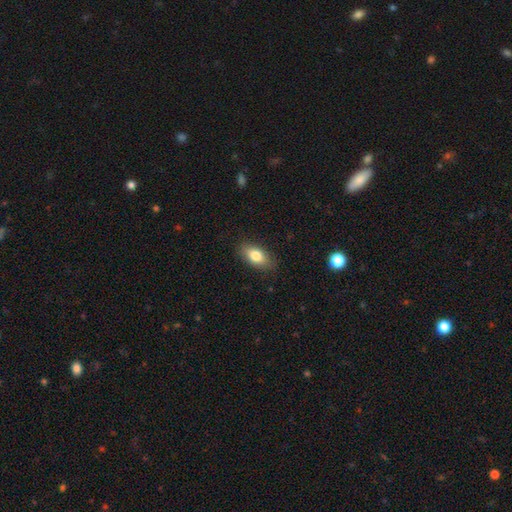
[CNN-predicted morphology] smooth-or-featured: smooth: 80% | featured or disk: 12% | star or artifact: 7%
  how-rounded: in between: 89% | round: 6% | cigar-shaped: 5%
  merging: none: 86% | minor disturbance: 11% | major disturbance: 3% | merger: 1%